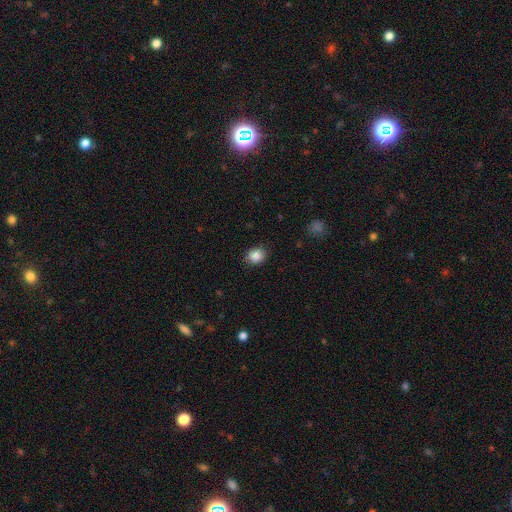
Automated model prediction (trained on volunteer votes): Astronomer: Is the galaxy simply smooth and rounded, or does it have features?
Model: smooth — 87%.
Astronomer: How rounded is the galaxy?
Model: round — 70%.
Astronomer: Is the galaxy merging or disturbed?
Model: none — 85%.